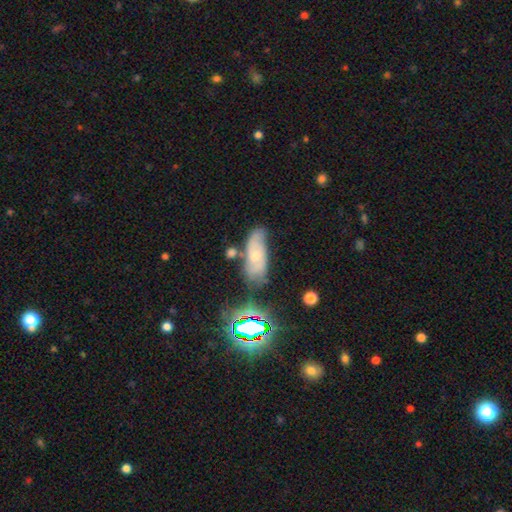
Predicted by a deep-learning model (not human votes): A featured or disk galaxy (46%).

Vote fractions:
- Smooth or featured? featured or disk: 46% / smooth: 39% / star or artifact: 15%
- Merging? none: 50% / minor disturbance: 27% / merger: 12% / major disturbance: 10%